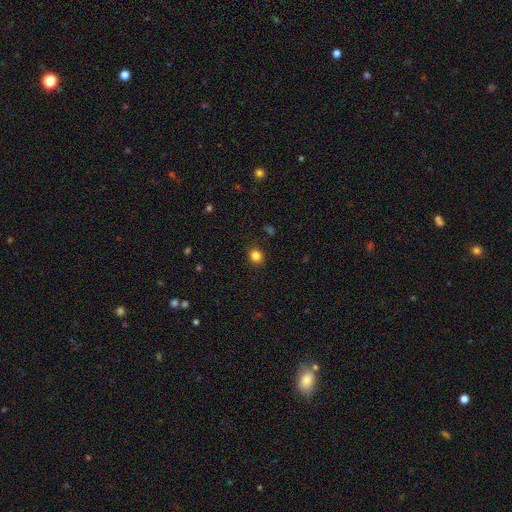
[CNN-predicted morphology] A smooth galaxy with no disk features (84%) that is round (73%). Merging: none (90%).